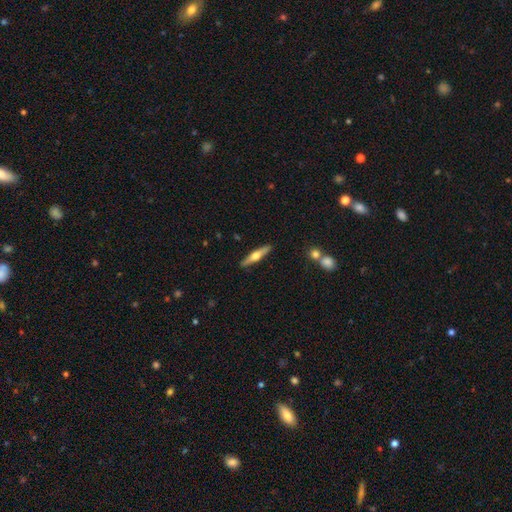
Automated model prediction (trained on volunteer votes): Smooth or featured? featured or disk (58%)
Edge-on disk? yes (95%)
Edge-on bulge? rounded (94%)
Merging? none (90%)